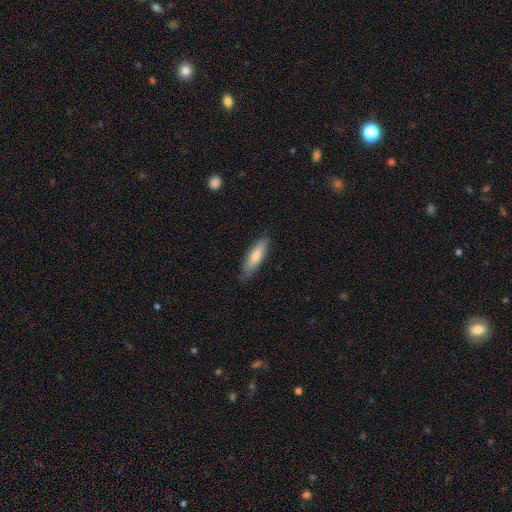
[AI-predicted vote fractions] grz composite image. It shows a smooth galaxy with no disk features (75%) that is cigar-shaped (63%). Merging: none (81%).